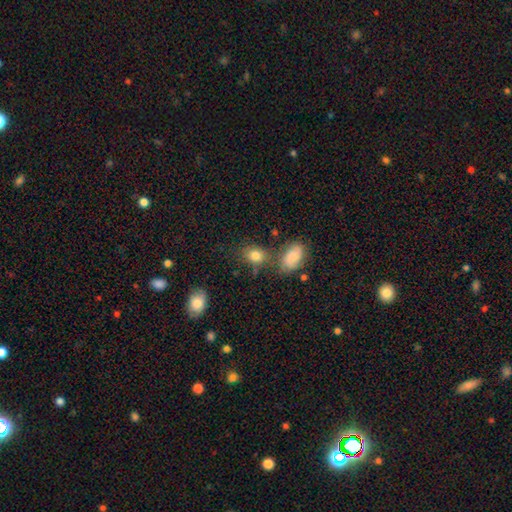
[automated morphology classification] Smooth or featured: smooth — 81% (star or artifact — 10%)
How rounded: in between — 60% (round — 38%)
Merging: none — 65% (minor disturbance — 15%)